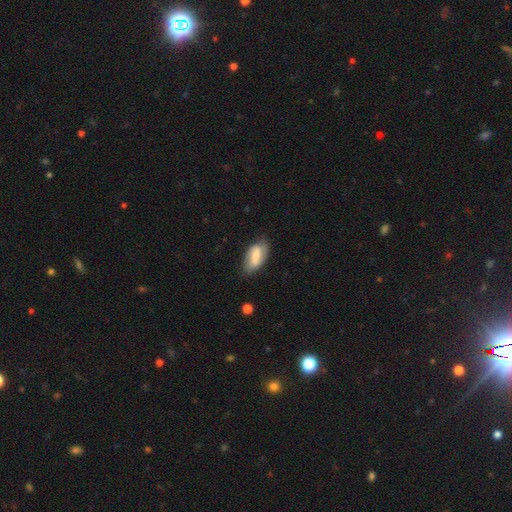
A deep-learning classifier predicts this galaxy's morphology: Smooth or featured? Predicted: smooth (p=0.48). Merging? Predicted: none (p=0.70).